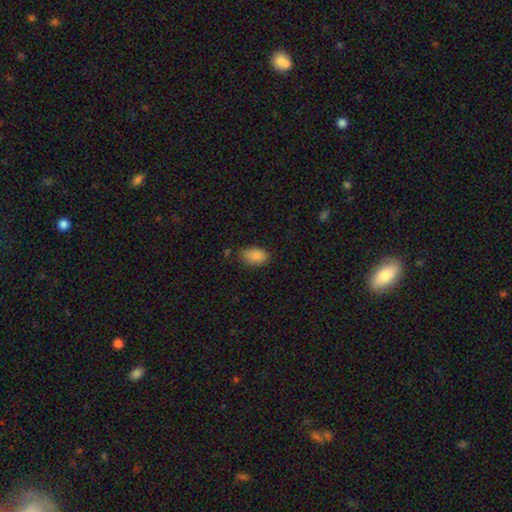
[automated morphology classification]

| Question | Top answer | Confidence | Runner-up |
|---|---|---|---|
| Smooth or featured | smooth | 88% | star or artifact (8%) |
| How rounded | in between | 92% | round (7%) |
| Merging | none | 75% | minor disturbance (19%) |